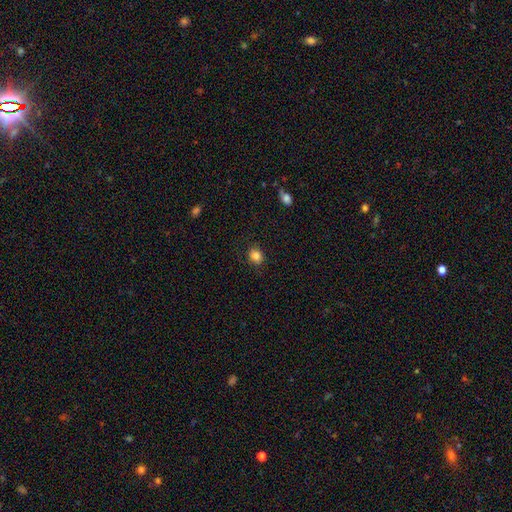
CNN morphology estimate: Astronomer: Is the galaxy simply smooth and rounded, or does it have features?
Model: smooth — 84%.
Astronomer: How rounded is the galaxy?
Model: round — 62%.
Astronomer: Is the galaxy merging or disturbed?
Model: none — 85%.